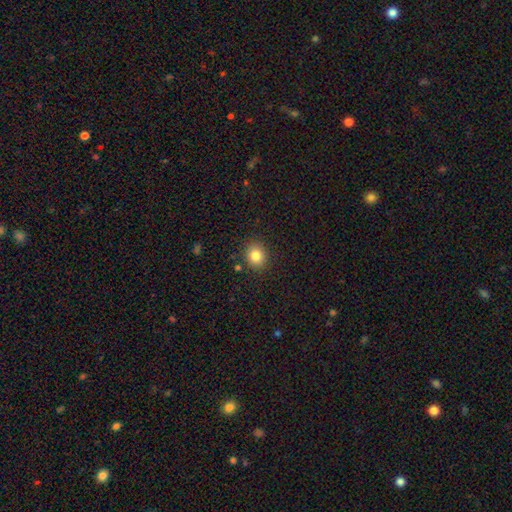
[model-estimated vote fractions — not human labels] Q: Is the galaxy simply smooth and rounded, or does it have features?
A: smooth — 83%.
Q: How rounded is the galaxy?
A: round — 73%.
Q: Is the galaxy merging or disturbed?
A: none — 88%.